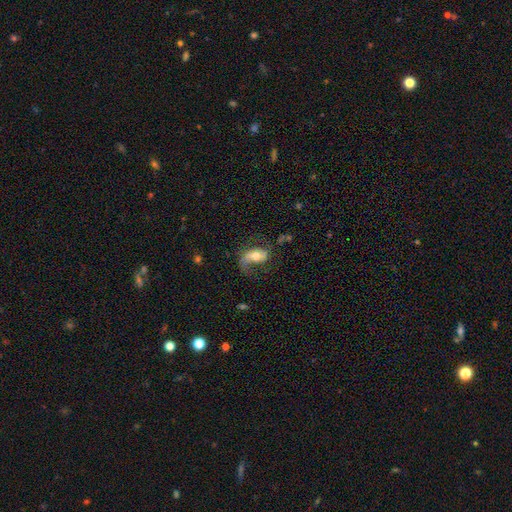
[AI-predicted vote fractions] The model was most divided on "bar": no: 48%, weak: 33%, strong: 20%. Remaining: edge-on disk — no (94%); spiral arms — yes (85%); bulge size — moderate (65%); smooth or featured — featured or disk (62%); merging — none (47%).